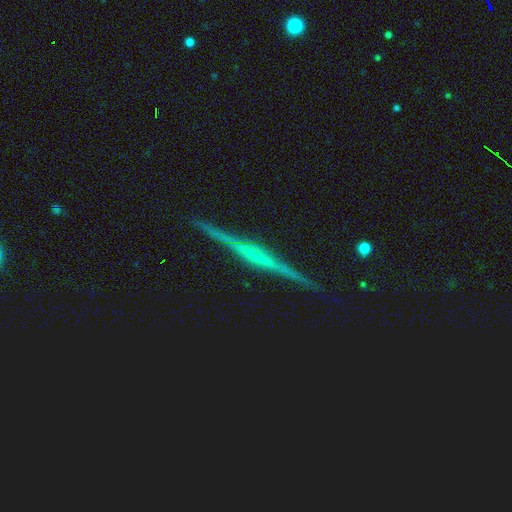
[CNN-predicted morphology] Smooth or featured?
  - featured or disk: 72% *
  - smooth: 15%
  - star or artifact: 13%
Edge-on disk?
  - yes: 97% *
  - no: 3%
Edge-on bulge?
  - none: 47% *
  - rounded: 27%
  - boxy: 26%
Merging?
  - none: 90% *
  - minor disturbance: 7%
  - major disturbance: 2%
  - merger: 1%